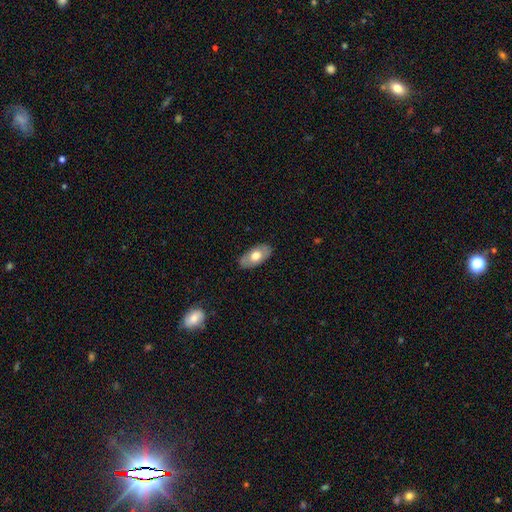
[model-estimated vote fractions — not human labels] smooth 63%, featured or disk 31%, star or artifact 6%. Down the decision tree: how rounded — in between (93%); merging — none (84%).